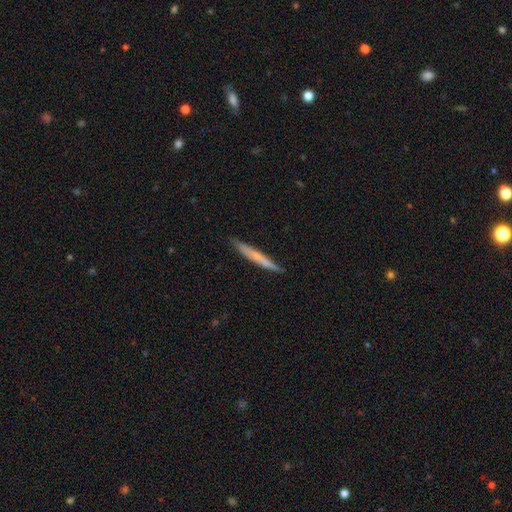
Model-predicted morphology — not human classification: smooth_or_featured: smooth (p=0.54) [alt: featured or disk p=0.40]
how_rounded: cigar-shaped (p=0.96) [alt: in between p=0.03]
merging: none (p=0.87) [alt: minor disturbance p=0.10]